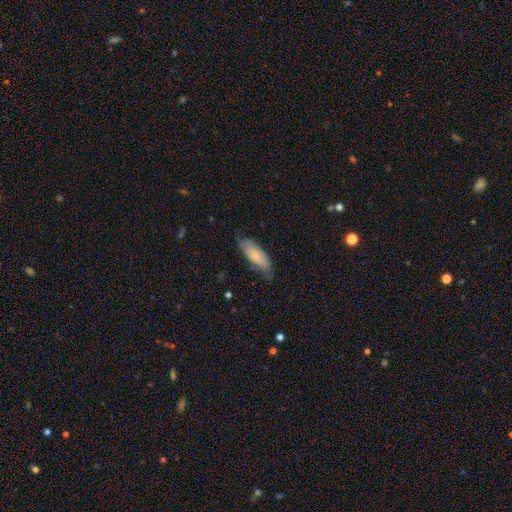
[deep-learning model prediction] A smooth galaxy with no disk features (67%) that is in between round and cigar-shaped (70%).

Vote fractions:
- Smooth or featured? smooth: 67% / featured or disk: 27% / star or artifact: 6%
- How rounded? in between: 70% / cigar-shaped: 28% / round: 2%
- Merging? none: 64% / minor disturbance: 28% / major disturbance: 7% / merger: 1%